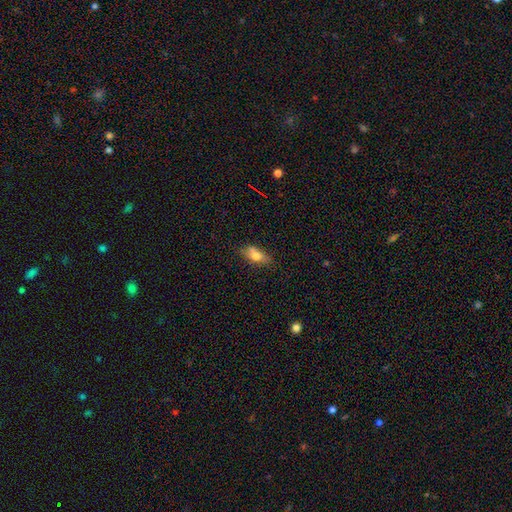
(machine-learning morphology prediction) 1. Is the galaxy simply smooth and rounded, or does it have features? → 69% smooth, 22% featured or disk, 10% star or artifact.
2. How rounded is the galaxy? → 77% in between, 16% cigar-shaped, 7% round.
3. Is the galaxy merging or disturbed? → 57% none, 22% minor disturbance, 14% merger, 7% major disturbance.